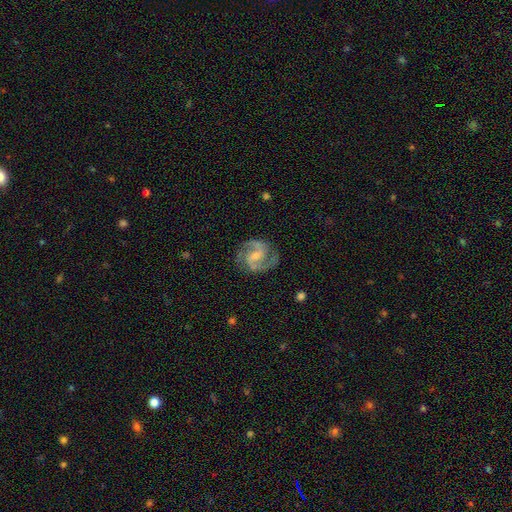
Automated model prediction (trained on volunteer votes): Smooth or featured: featured or disk — 90% (smooth — 6%)
Edge-on disk: no — 98% (yes — 2%)
Bar: weak — 51% (no — 28%)
Spiral arms: yes — 98% (no — 2%)
Spiral winding: medium — 63% (tight — 21%)
Spiral arm count: 2 — 90% (3 — 4%)
Bulge size: small — 48% (moderate — 35%)
Merging: none — 79% (minor disturbance — 14%)